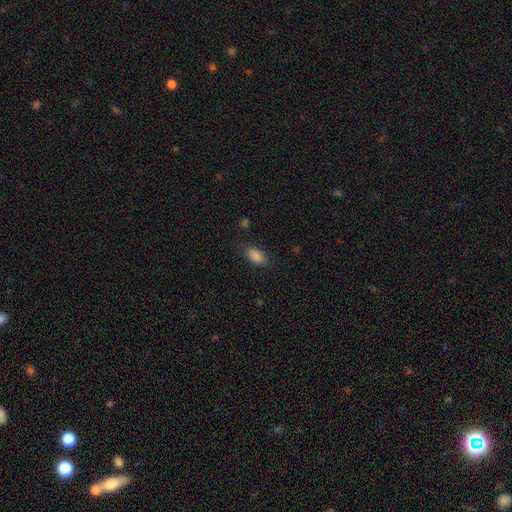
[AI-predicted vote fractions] Q: Smooth or featured?
A: smooth (85%); runner-up: star or artifact (10%)
Q: How rounded?
A: in between (90%); runner-up: round (6%)
Q: Merging?
A: none (77%); runner-up: minor disturbance (17%)